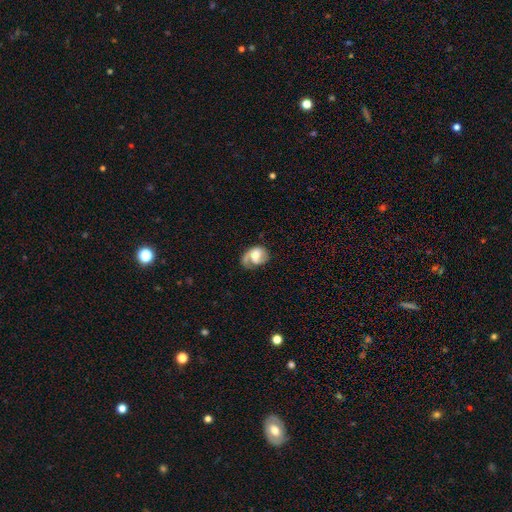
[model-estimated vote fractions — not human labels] smooth-or-featured: featured or disk: 63% | smooth: 31% | star or artifact: 7%
  disk-edge-on: no: 97% | yes: 3%
    bar: no: 52% | weak: 37% | strong: 10%
    has-spiral-arms: yes: 86% | no: 14%
      spiral-winding: medium: 39% | tight: 34% | loose: 27%
      spiral-arm-count: 1: 59% | 2: 30% | can't tell: 8% | 3: 2% | 4: 1% | more than 4: 1%
    bulge-size: moderate: 49% | large: 23% | small: 19% | none: 6% | dominant: 3%
  merging: none: 43% | major disturbance: 28% | minor disturbance: 26% | merger: 3%